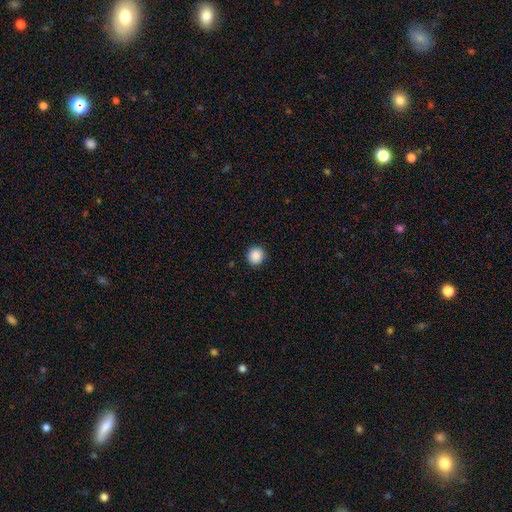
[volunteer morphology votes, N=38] type=smooth (95%); roundness=round (94%); merging=none (97%).